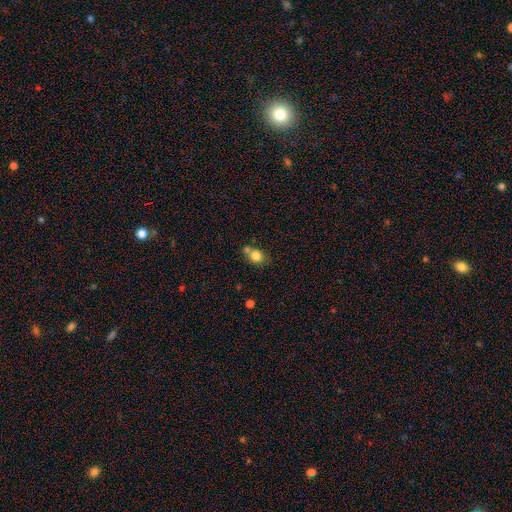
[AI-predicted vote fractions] smooth_or_featured: smooth (p=0.80) [alt: star or artifact p=0.10]
how_rounded: round (p=0.61) [alt: in between p=0.38]
merging: none (p=0.48) [alt: merger p=0.32]